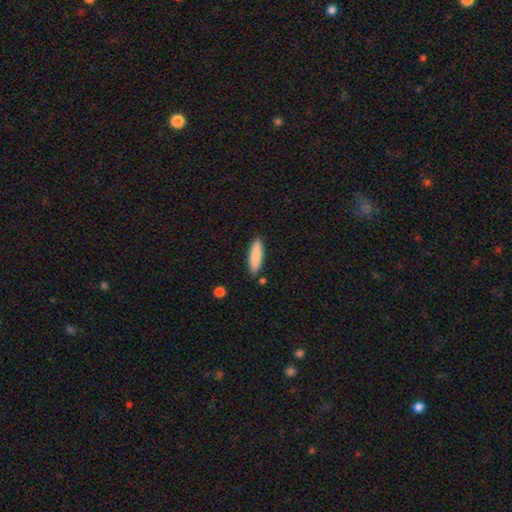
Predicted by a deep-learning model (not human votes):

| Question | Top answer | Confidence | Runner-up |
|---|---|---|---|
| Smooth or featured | smooth | 83% | featured or disk (11%) |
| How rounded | cigar-shaped | 63% | in between (36%) |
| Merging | none | 85% | minor disturbance (10%) |